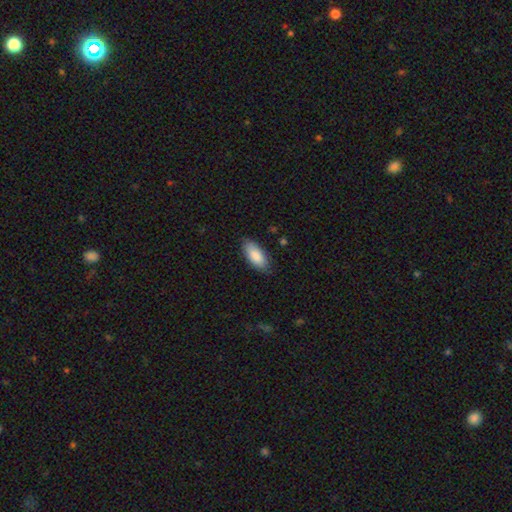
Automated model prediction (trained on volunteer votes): smooth_or_featured: smooth (p=0.86) [alt: featured or disk p=0.09]
how_rounded: in between (p=0.87) [alt: cigar-shaped p=0.11]
merging: none (p=0.83) [alt: minor disturbance p=0.14]